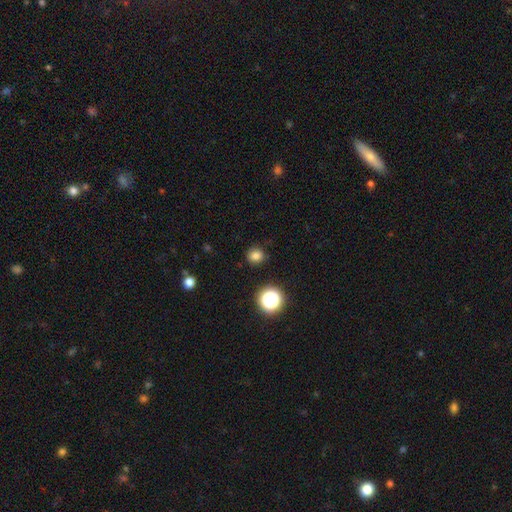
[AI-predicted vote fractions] Smooth or featured: smooth — 80% (star or artifact — 16%)
How rounded: round — 85% (in between — 14%)
Merging: none — 87% (minor disturbance — 9%)